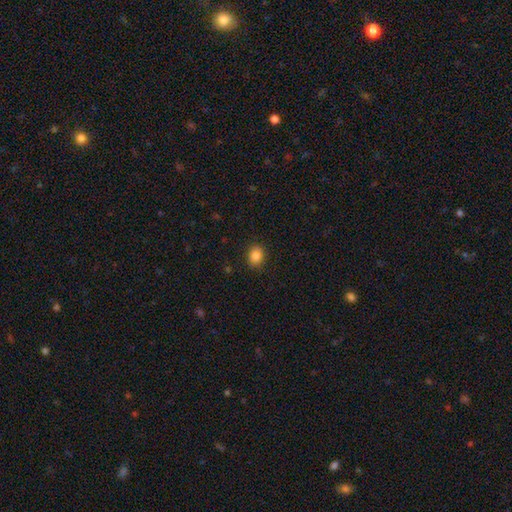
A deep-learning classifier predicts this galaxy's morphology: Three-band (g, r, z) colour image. It shows a smooth galaxy with no disk features (86%) that is round (51%). Merging: none (88%).